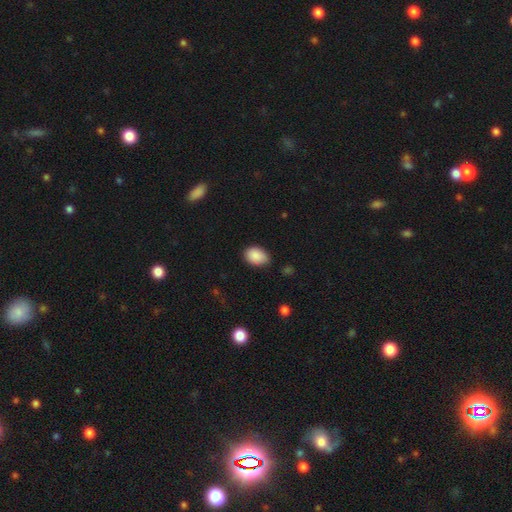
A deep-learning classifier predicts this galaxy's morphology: smooth 88%, star or artifact 7%, featured or disk 4%. Down the decision tree: how rounded — in between (82%); merging — none (71%).